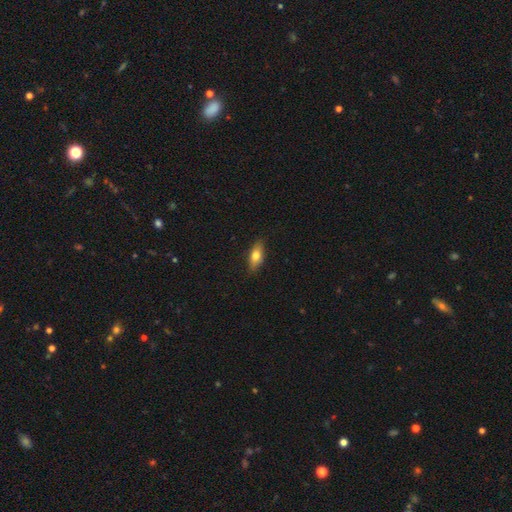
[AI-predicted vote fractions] This appears to be a smooth galaxy with no disk features (69%) that is in between round and cigar-shaped (75%). Merging: none (84%).